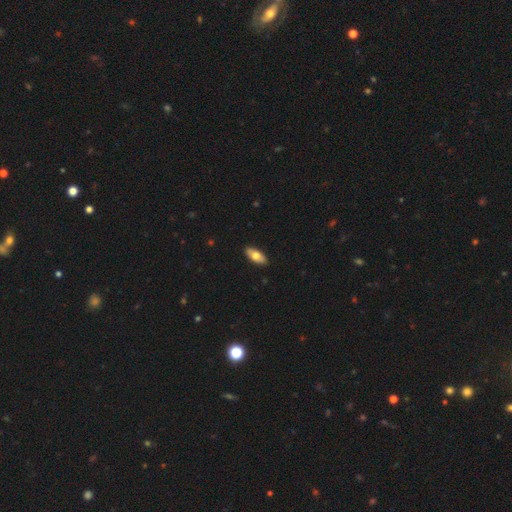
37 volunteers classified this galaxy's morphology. This appears to be a smooth galaxy with no disk features (78%) that is in between round and cigar-shaped (90%). Merging: none (81%).